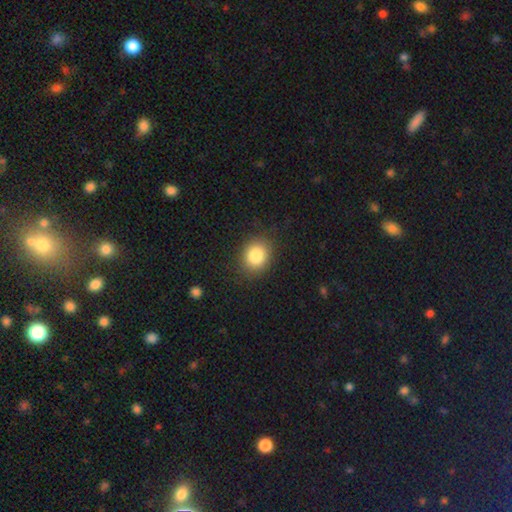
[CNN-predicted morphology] A smooth galaxy with no disk features (84%) that is round (66%).

Vote fractions:
- Smooth or featured? smooth: 84% / star or artifact: 9% / featured or disk: 6%
- How rounded? round: 66% / in between: 33% / cigar-shaped: 1%
- Merging? none: 86% / minor disturbance: 10% / major disturbance: 3% / merger: 1%